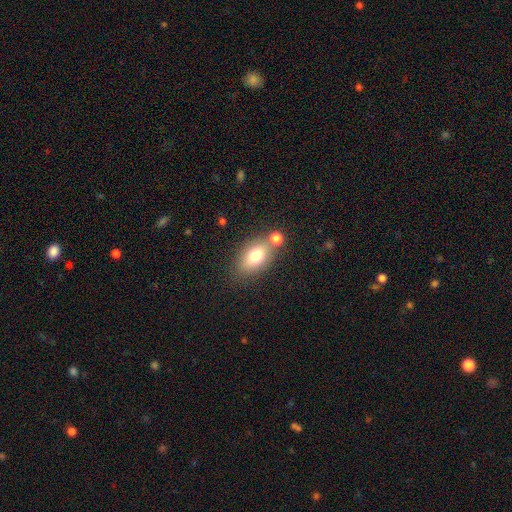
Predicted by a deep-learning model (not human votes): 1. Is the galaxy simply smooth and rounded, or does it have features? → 74% smooth, 16% featured or disk, 9% star or artifact.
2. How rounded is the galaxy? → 85% in between, 12% round, 3% cigar-shaped.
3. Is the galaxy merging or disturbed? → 63% none, 19% merger, 13% minor disturbance, 4% major disturbance.